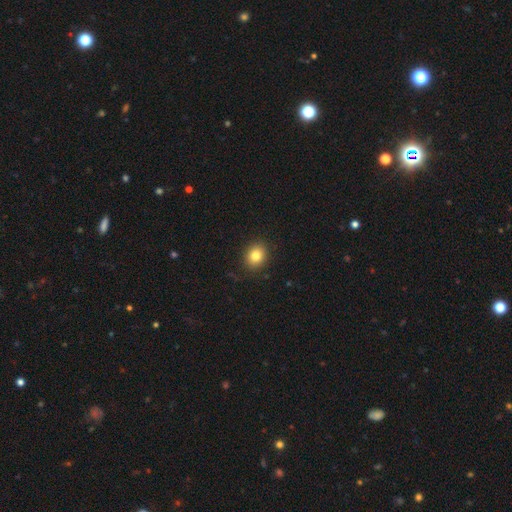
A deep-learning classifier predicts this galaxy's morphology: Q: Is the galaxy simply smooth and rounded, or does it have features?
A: smooth — 83%.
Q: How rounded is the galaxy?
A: round — 62%.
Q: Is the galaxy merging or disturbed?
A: none — 89%.